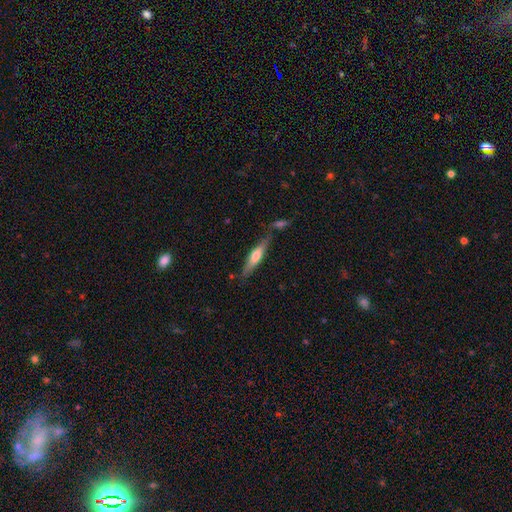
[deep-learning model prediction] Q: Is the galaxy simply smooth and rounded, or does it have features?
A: featured or disk — 50%.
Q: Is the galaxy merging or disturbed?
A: none — 71%.